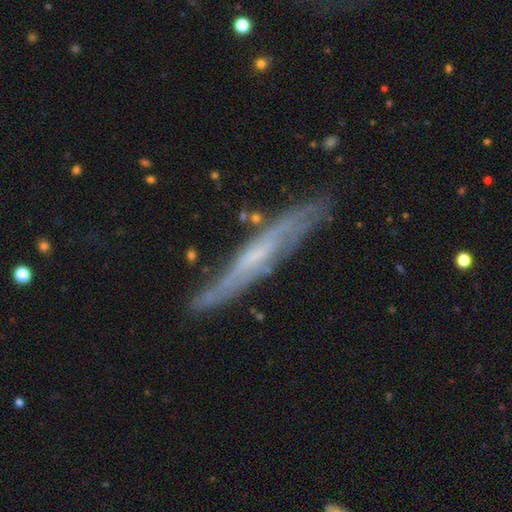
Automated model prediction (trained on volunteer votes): featured or disk 70%, smooth 24%, star or artifact 7%. Down the decision tree: edge-on disk — yes (77%); edge-on bulge — none (68%); merging — none (75%).